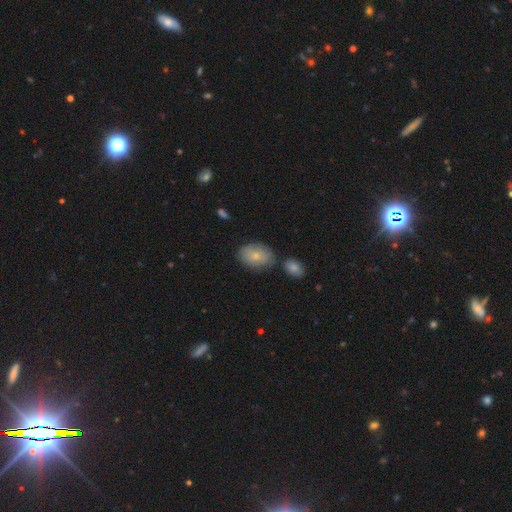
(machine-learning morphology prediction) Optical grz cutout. It shows a smooth galaxy with no disk features (76%) that is in between round and cigar-shaped (82%). Merging: none (66%).